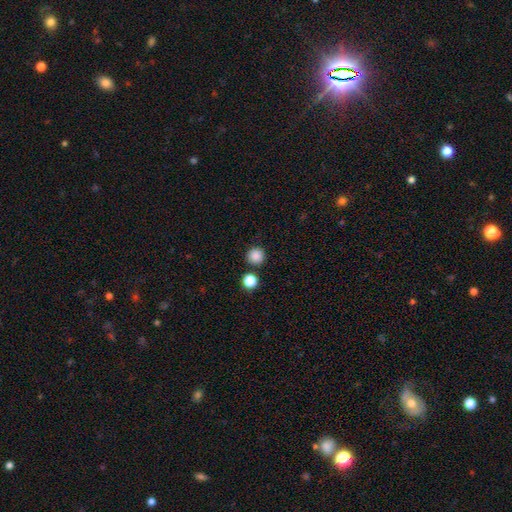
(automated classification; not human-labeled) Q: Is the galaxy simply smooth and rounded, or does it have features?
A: smooth — 86%.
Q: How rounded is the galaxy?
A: round — 95%.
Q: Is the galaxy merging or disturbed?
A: none — 85%.